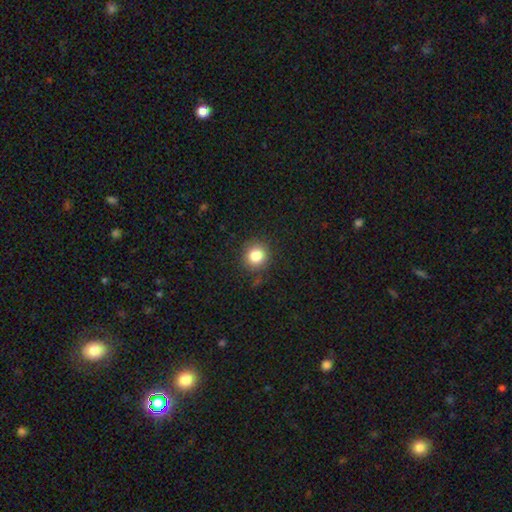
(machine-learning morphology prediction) Smooth or featured: smooth — 83% (star or artifact — 11%)
How rounded: round — 90% (in between — 9%)
Merging: none — 87% (minor disturbance — 9%)